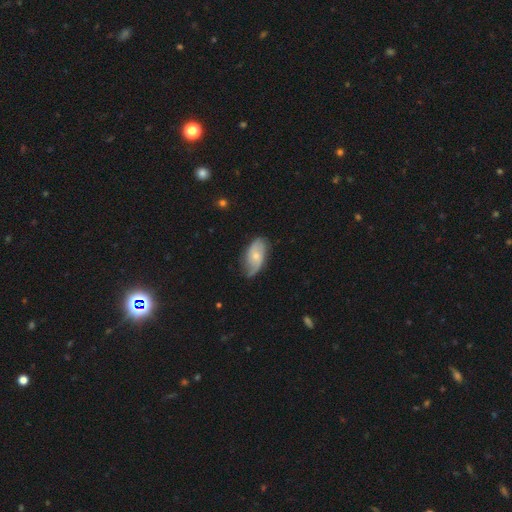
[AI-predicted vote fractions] Smooth or featured: featured or disk — 60% (smooth — 34%)
Edge-on disk: no — 94% (yes — 6%)
Bar: no — 69% (weak — 27%)
Spiral arms: yes — 88% (no — 12%)
Bulge size: small — 56% (moderate — 39%)
Merging: none — 63% (minor disturbance — 28%)